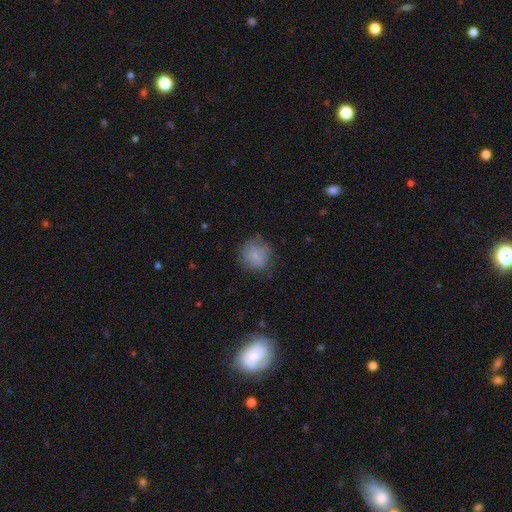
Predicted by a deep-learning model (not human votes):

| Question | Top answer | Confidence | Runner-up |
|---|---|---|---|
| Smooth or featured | smooth | 74% | featured or disk (17%) |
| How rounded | round | 87% | in between (12%) |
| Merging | none | 66% | minor disturbance (23%) |